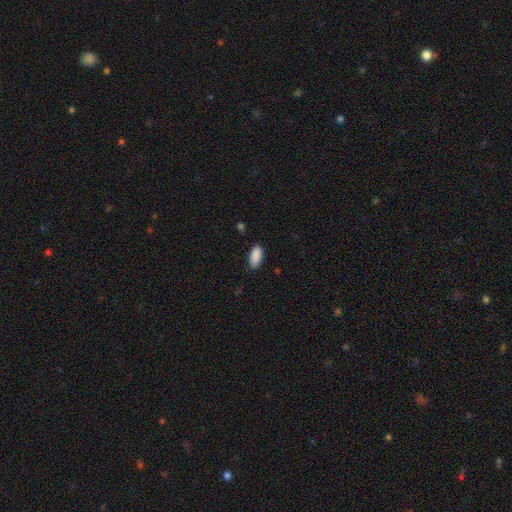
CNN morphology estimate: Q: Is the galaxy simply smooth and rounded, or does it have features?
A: smooth — 90%.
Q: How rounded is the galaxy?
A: in between — 89%.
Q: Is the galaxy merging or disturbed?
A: none — 80%.